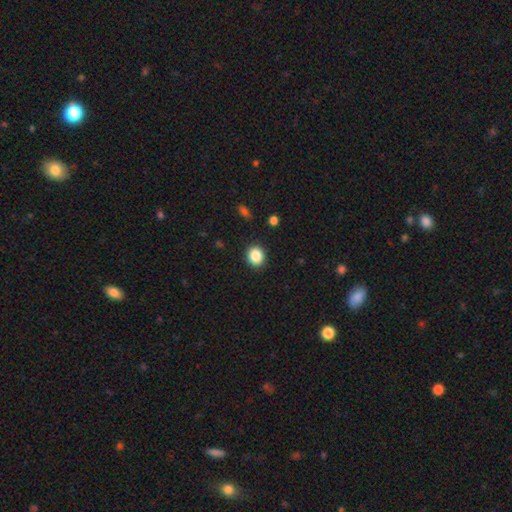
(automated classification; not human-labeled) Smooth or featured? smooth (87%)
How rounded? round (74%)
Merging? none (90%)